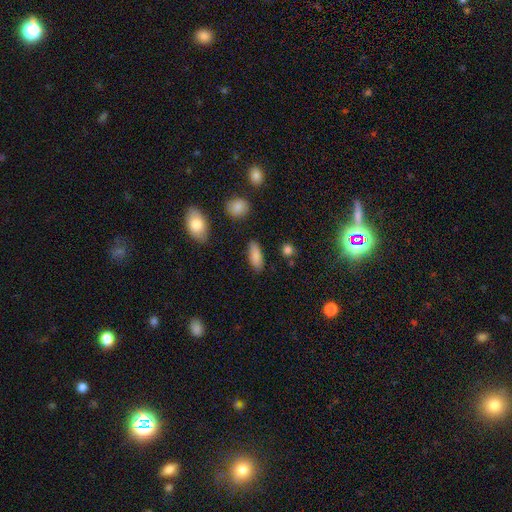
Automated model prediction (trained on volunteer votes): smooth 86%, star or artifact 7%, featured or disk 7%. Down the decision tree: how rounded — in between (78%); merging — none (85%).